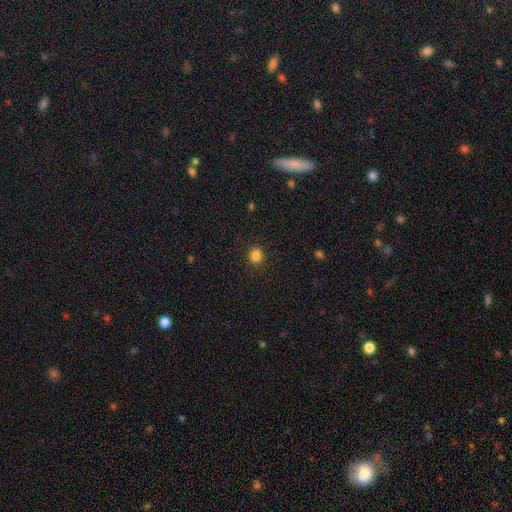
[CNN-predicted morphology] smooth_or_featured: smooth (p=0.84) [alt: star or artifact p=0.12]
how_rounded: round (p=0.87) [alt: in between p=0.12]
merging: none (p=0.90) [alt: minor disturbance p=0.07]